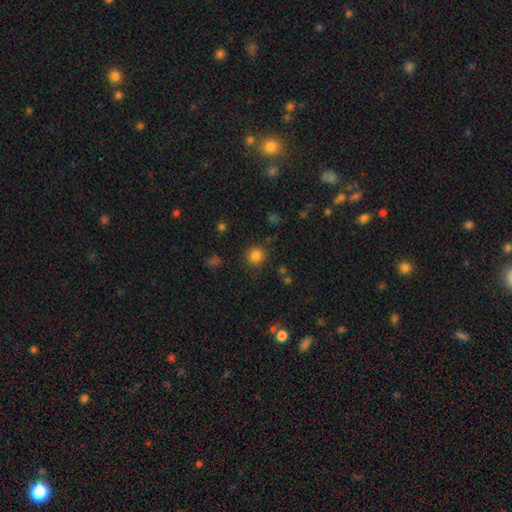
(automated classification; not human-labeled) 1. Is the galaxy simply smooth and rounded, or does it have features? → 83% smooth, 13% star or artifact, 5% featured or disk.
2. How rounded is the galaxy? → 93% round, 6% in between, 1% cigar-shaped.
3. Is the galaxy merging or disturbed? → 87% none, 8% minor disturbance, 3% major disturbance, 2% merger.